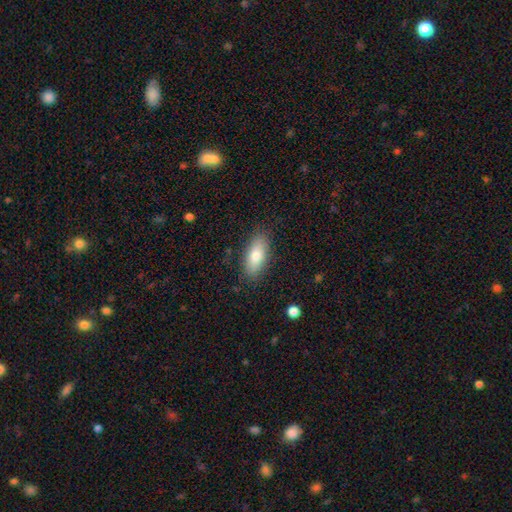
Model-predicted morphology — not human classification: A smooth galaxy with no disk features (79%) that is in between round and cigar-shaped (78%). Merging: none (86%).